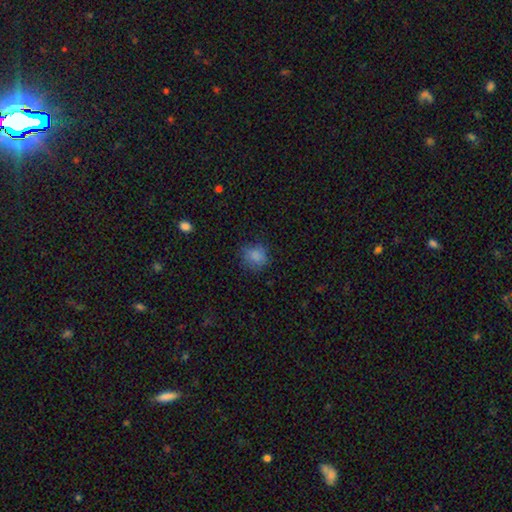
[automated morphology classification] Q: Smooth or featured?
A: smooth (82%); runner-up: star or artifact (12%)
Q: How rounded?
A: round (78%); runner-up: in between (21%)
Q: Merging?
A: none (75%); runner-up: minor disturbance (17%)